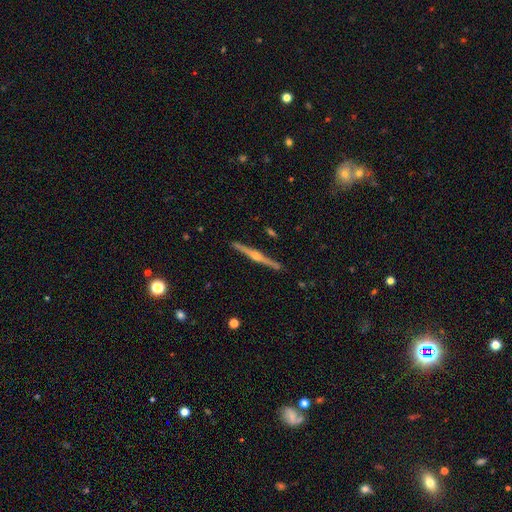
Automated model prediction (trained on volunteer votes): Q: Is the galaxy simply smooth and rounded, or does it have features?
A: featured or disk — 85%.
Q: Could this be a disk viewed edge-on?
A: yes — 99%.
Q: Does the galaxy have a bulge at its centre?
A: rounded — 91%.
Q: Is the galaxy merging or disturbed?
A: none — 92%.